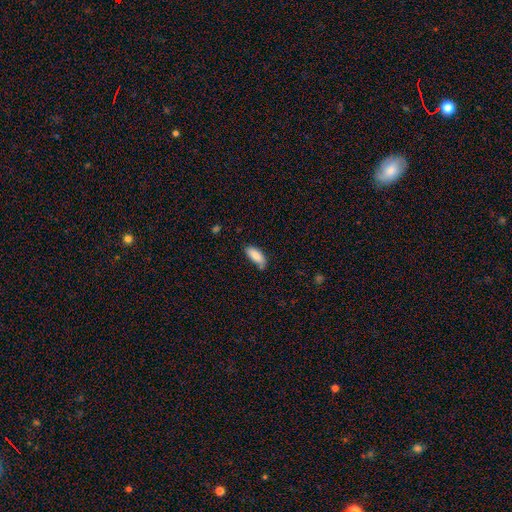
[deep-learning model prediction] A smooth galaxy with no disk features (85%) that is in between round and cigar-shaped (81%). Merging: none (68%).